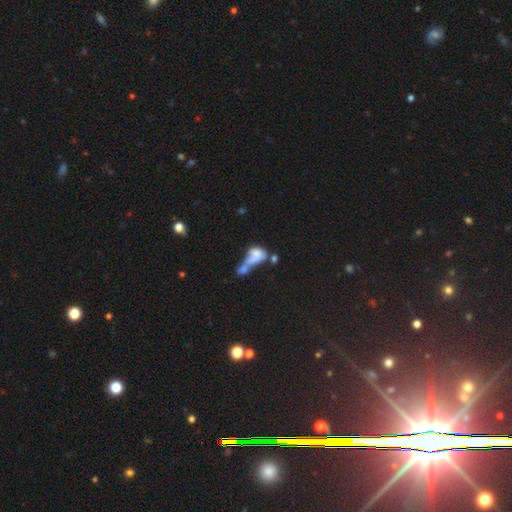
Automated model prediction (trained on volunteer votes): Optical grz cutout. It shows a smooth galaxy with no disk features (58%) that is in between round and cigar-shaped (70%). Merging: merger (67%).